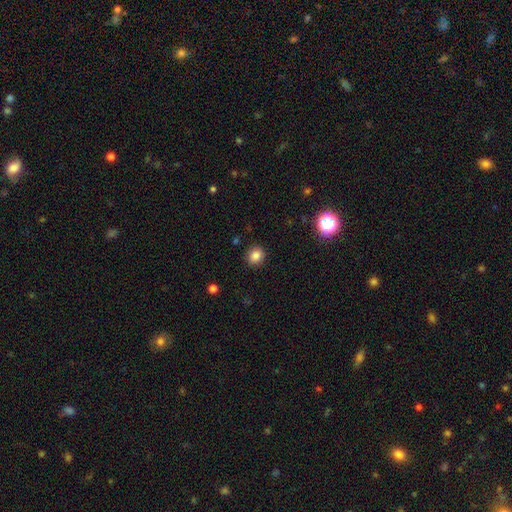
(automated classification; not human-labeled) This appears to be a smooth galaxy with no disk features (84%) that is round (84%). Merging: none (90%).